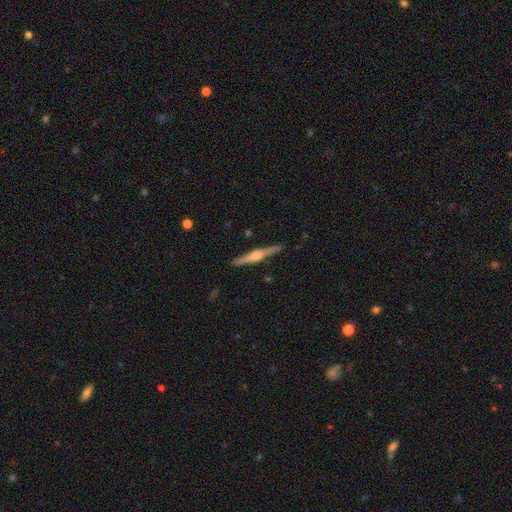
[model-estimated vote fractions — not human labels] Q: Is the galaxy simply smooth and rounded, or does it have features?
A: featured or disk — 78%.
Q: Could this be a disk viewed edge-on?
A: yes — 98%.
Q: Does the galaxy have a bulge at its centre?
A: rounded — 81%.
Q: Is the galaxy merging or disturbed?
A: none — 91%.